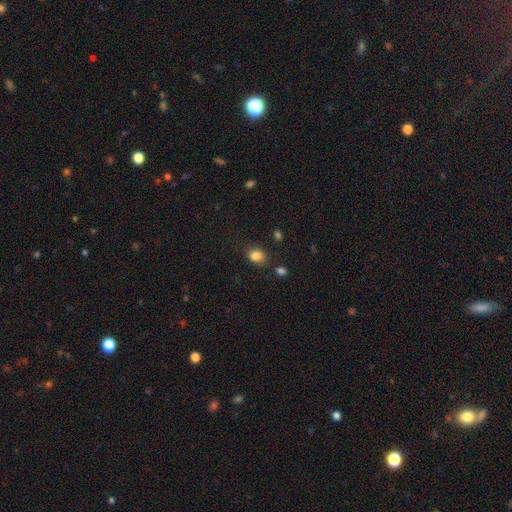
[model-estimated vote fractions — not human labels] smooth 83%, star or artifact 12%, featured or disk 5%. Down the decision tree: how rounded — in between (55%); merging — none (69%).